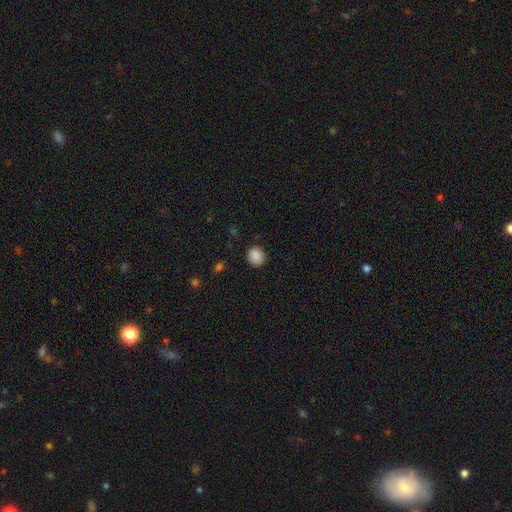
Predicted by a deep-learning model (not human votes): This is clearly a smooth galaxy (88%). How rounded: clearly round (80%). Merging: clearly none (87%).